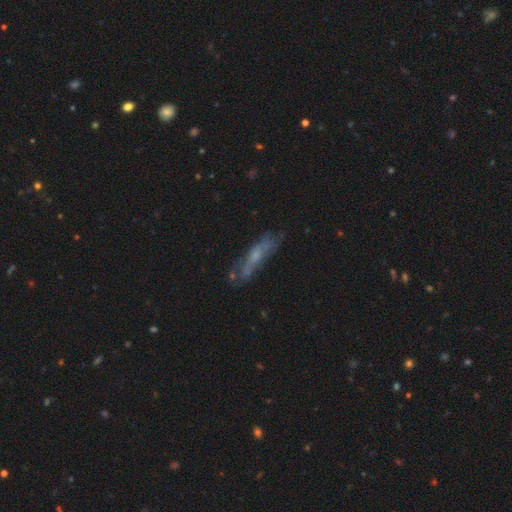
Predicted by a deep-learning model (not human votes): featured or disk 51%, smooth 39%, star or artifact 10%. Down the decision tree: edge-on disk — yes (54%); merging — none (60%).